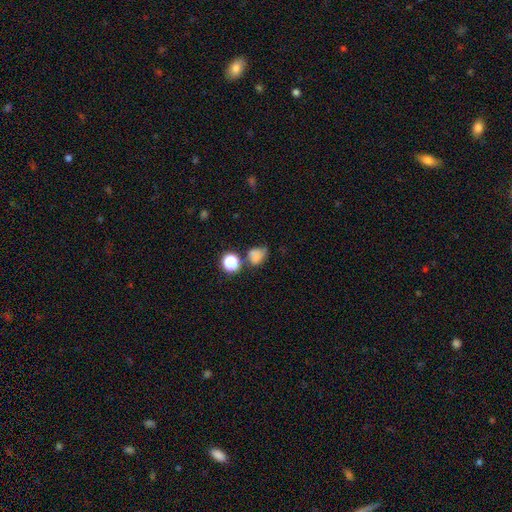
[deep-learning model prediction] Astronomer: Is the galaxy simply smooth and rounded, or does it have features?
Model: smooth — 71%.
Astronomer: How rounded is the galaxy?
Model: round — 52% (runner-up: in between, 47%).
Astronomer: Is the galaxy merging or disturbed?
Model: none — 46% (runner-up: minor disturbance, 25%).